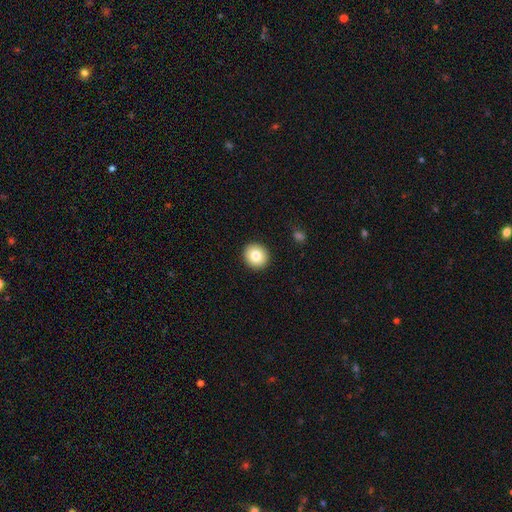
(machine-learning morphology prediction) smooth-or-featured: smooth: 80% | featured or disk: 11% | star or artifact: 9%
  how-rounded: round: 90% | in between: 9% | cigar-shaped: 1%
  merging: none: 92% | minor disturbance: 5% | major disturbance: 2% | merger: 1%